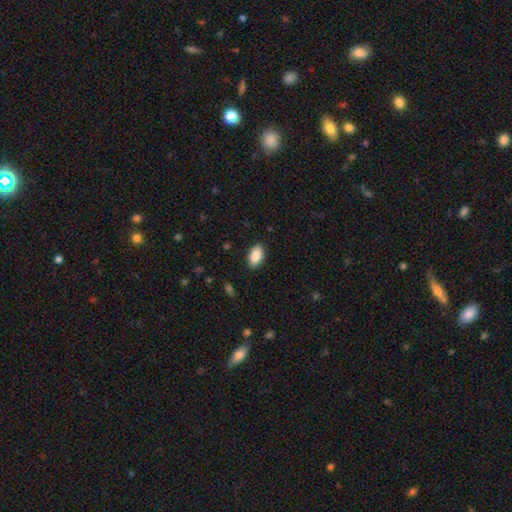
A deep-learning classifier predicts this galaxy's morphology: This is clearly a smooth galaxy (89%). How rounded: clearly in between (94%). Merging: clearly none (88%).